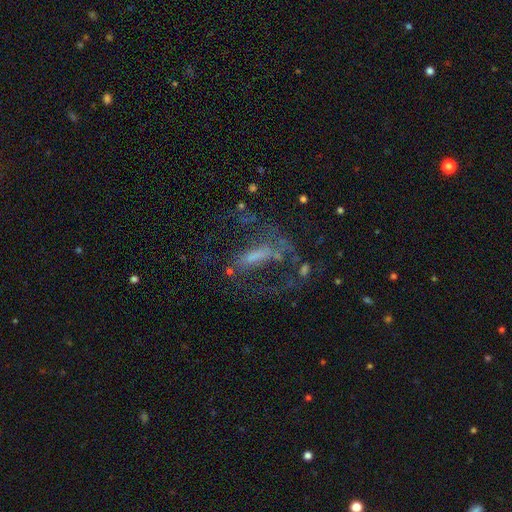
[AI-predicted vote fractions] Smooth or featured? featured or disk (68%)
Edge-on disk? no (90%)
Bar? strong (39%)
Spiral arms? yes (64%)
Bulge size? small (35%)
Merging? none (42%)